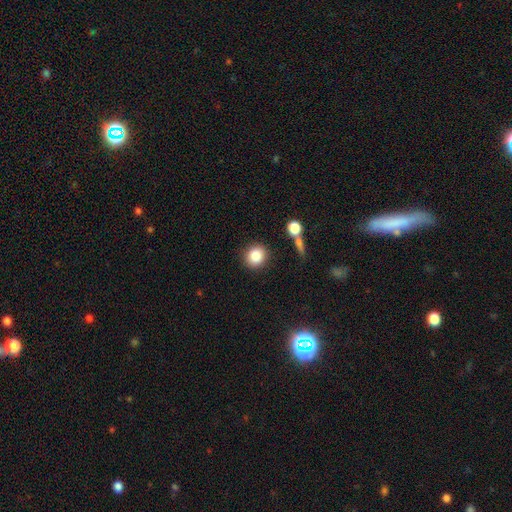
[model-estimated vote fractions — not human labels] Smooth or featured?
  - smooth: 84% *
  - star or artifact: 9%
  - featured or disk: 6%
How rounded?
  - round: 82% *
  - in between: 17%
  - cigar-shaped: 1%
Merging?
  - none: 86% *
  - minor disturbance: 8%
  - merger: 4%
  - major disturbance: 3%